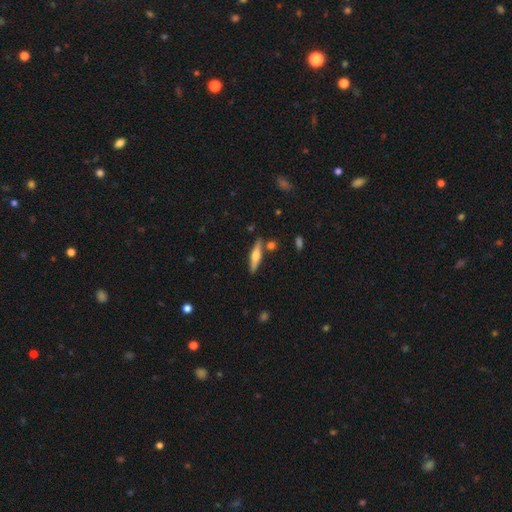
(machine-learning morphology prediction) Smooth or featured? featured or disk (57%)
Edge-on disk? yes (96%)
Edge-on bulge? rounded (88%)
Merging? none (82%)